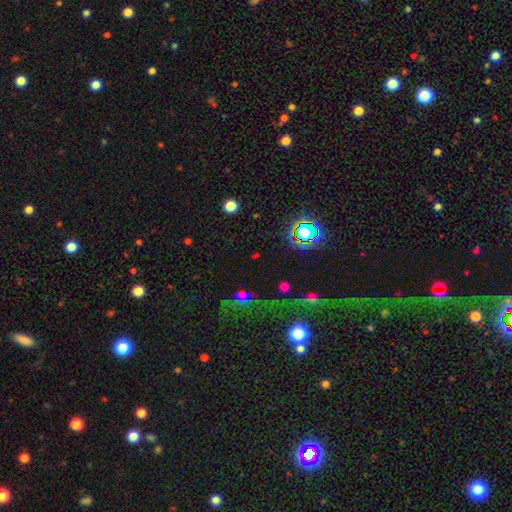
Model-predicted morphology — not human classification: smooth_or_featured: star or artifact (p=0.58) [alt: smooth p=0.31]